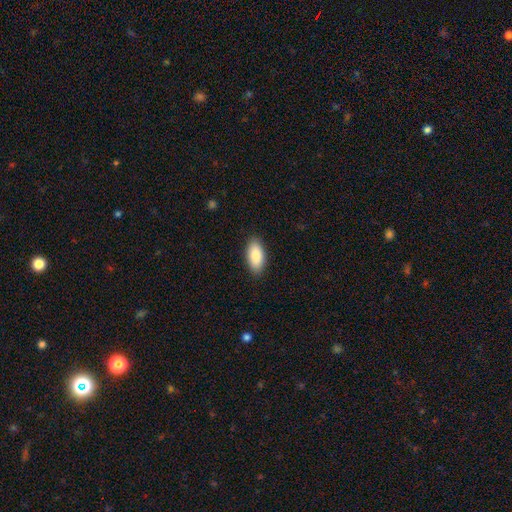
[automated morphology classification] smooth_or_featured: smooth (p=0.86) [alt: featured or disk p=0.08]
how_rounded: in between (p=0.90) [alt: cigar-shaped p=0.08]
merging: none (p=0.89) [alt: minor disturbance p=0.09]